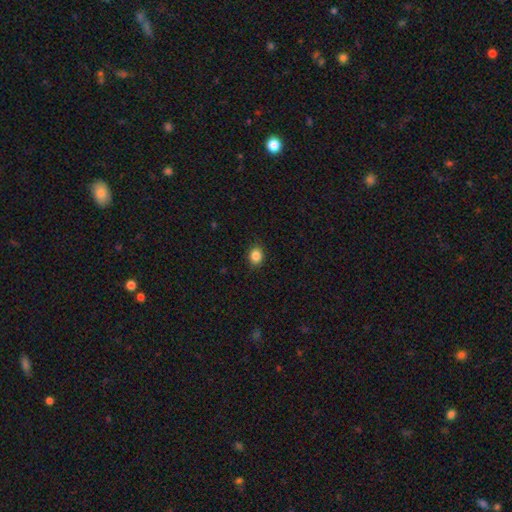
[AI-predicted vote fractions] The model was most divided on "how rounded": round: 60%, in between: 39%, cigar-shaped: 1%. More confident: merging — none (88%); smooth or featured — smooth (86%).